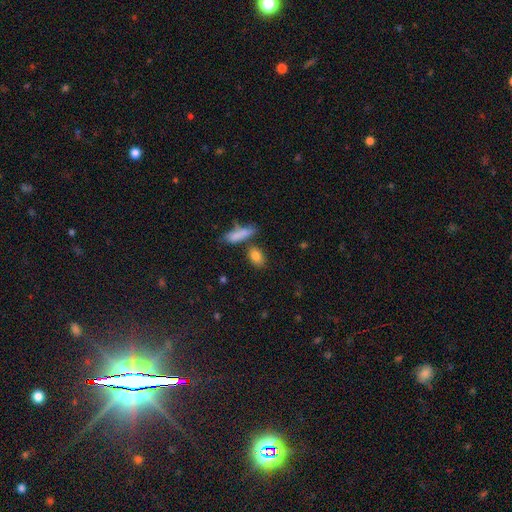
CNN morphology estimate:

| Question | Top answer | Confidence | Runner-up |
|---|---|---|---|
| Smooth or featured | smooth | 82% | featured or disk (9%) |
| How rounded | in between | 76% | round (12%) |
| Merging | none | 69% | merger (15%) |